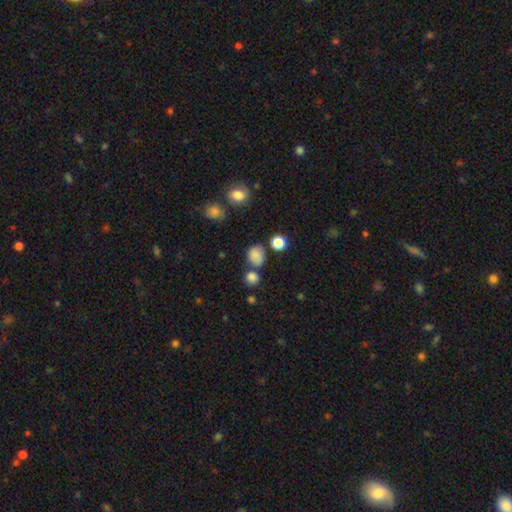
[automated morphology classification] Overall: smooth (80%). How rounded: round (67%; in between 32%). Merging: none (63%).